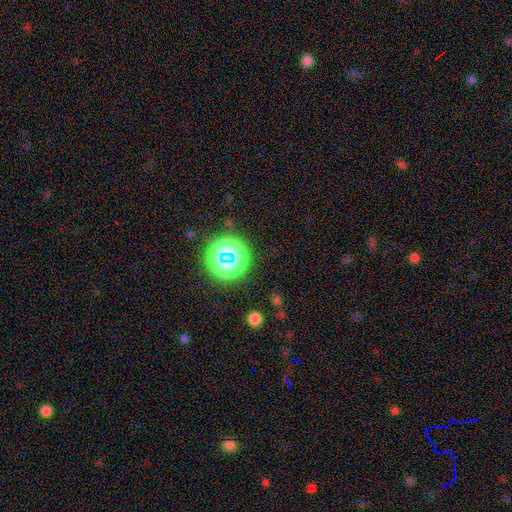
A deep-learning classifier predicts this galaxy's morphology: Overall: star or artifact (75%).